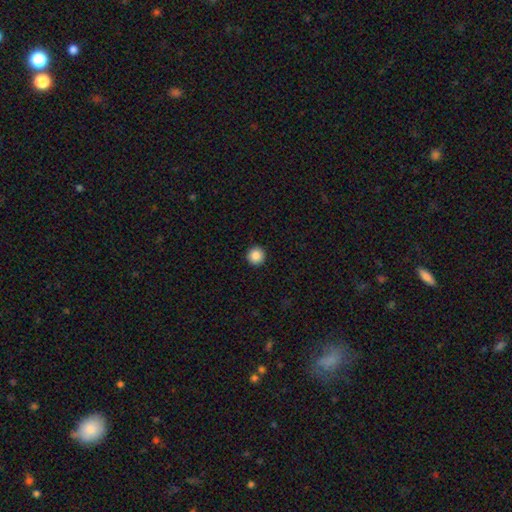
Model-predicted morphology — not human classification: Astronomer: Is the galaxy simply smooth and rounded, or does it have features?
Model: smooth — 88%.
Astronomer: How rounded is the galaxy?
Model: round — 96%.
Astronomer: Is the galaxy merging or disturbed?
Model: none — 93%.